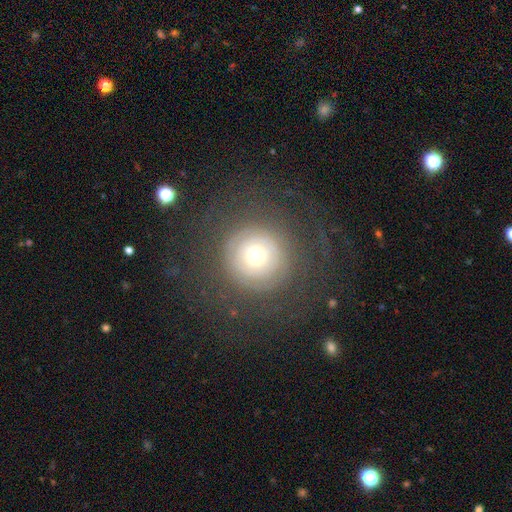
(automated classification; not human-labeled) This appears to be a featured or disk galaxy (55%) with no bar (89%), spiral arms (57%) and a moderate central bulge (61%). Merging: none (76%).